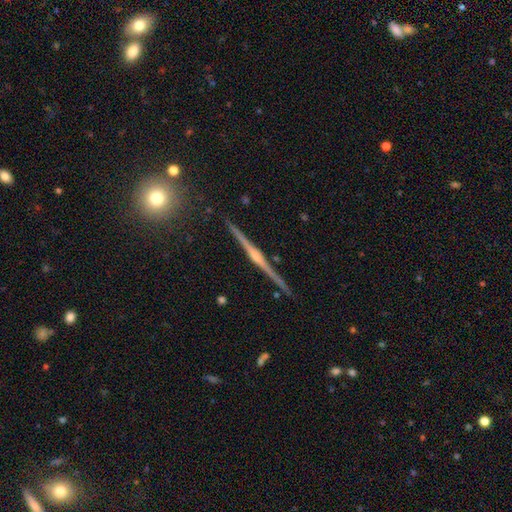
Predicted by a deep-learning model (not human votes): A featured or disk galaxy (87%) viewed edge-on (99%) with a rounded central bulge (76%). Merging: none (91%).